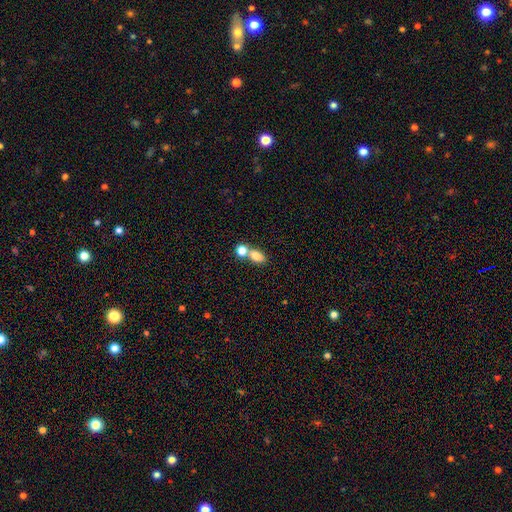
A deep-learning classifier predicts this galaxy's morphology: Smooth or featured? Predicted: smooth (p=0.77). How rounded? Predicted: in between (p=0.73). Merging? Predicted: merger (p=0.51).